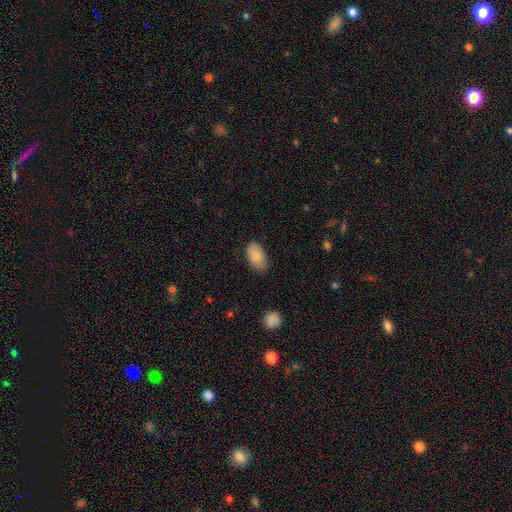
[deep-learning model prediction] Q: Smooth or featured?
A: smooth (83%); runner-up: featured or disk (10%)
Q: How rounded?
A: in between (94%); runner-up: round (4%)
Q: Merging?
A: none (78%); runner-up: minor disturbance (18%)